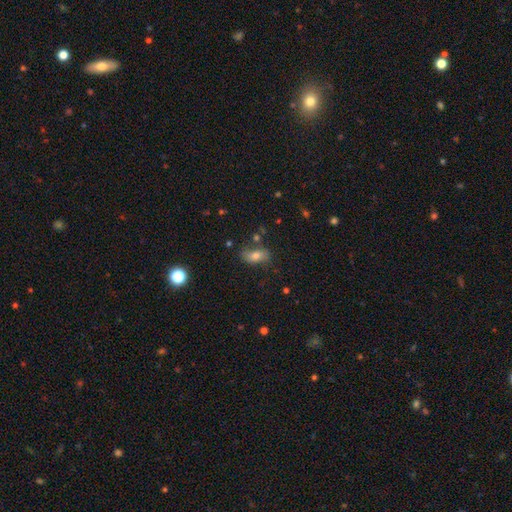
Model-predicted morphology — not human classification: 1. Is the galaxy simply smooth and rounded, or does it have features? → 69% smooth, 18% featured or disk, 13% star or artifact.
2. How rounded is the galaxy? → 83% in between, 9% round, 8% cigar-shaped.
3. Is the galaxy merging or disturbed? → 70% none, 18% minor disturbance, 6% major disturbance, 6% merger.